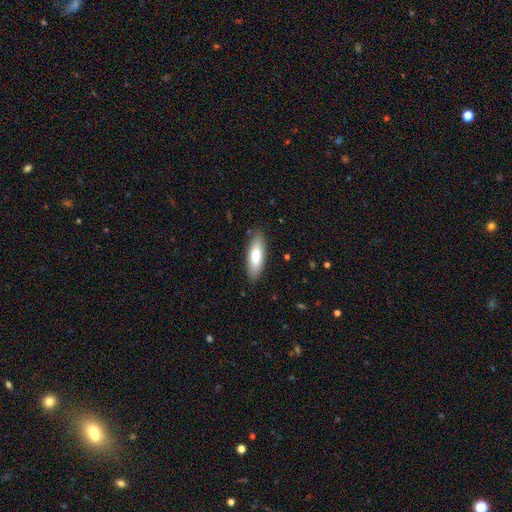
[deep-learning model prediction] smooth 75%, featured or disk 19%, star or artifact 6%. Down the decision tree: how rounded — in between (57%); merging — none (87%).